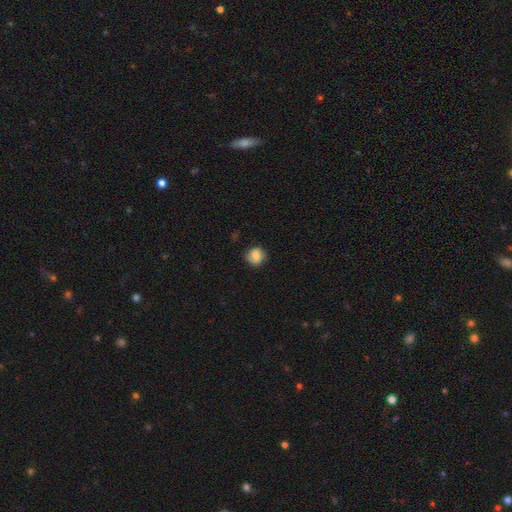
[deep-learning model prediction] Morphology: type=smooth (79%); roundness=round (84%); merging=none (79%).